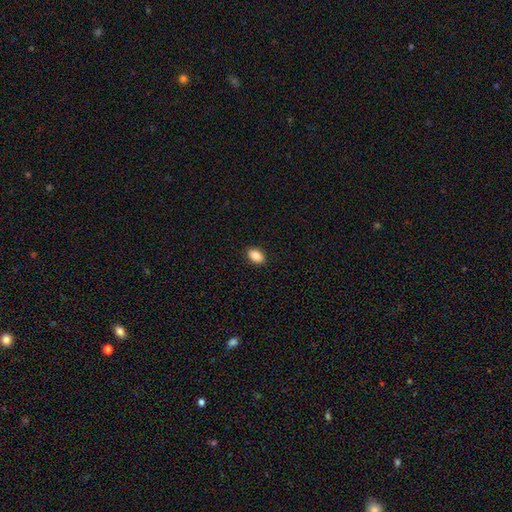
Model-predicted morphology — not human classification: smooth-or-featured: smooth: 87% | star or artifact: 8% | featured or disk: 5%
  how-rounded: in between: 87% | round: 12% | cigar-shaped: 2%
  merging: none: 89% | minor disturbance: 8% | major disturbance: 2% | merger: 1%